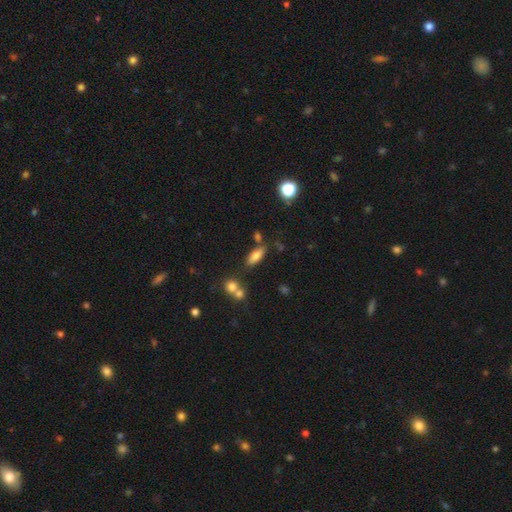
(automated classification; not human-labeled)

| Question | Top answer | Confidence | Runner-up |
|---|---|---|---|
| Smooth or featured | smooth | 77% | featured or disk (14%) |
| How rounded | in between | 75% | cigar-shaped (22%) |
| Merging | none | 68% | minor disturbance (14%) |